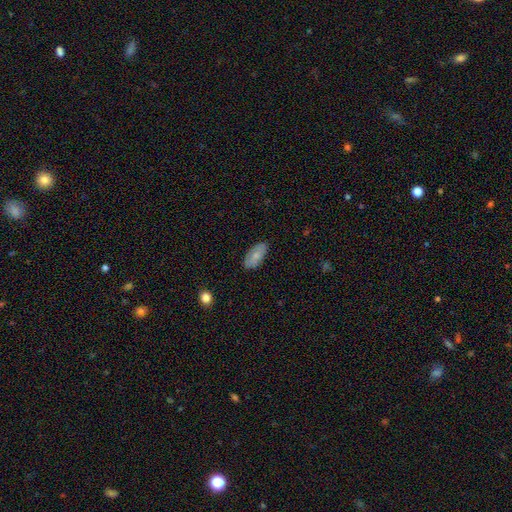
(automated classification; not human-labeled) Smooth or featured: smooth — 75% (featured or disk — 19%)
How rounded: in between — 91% (cigar-shaped — 6%)
Merging: none — 83% (minor disturbance — 13%)